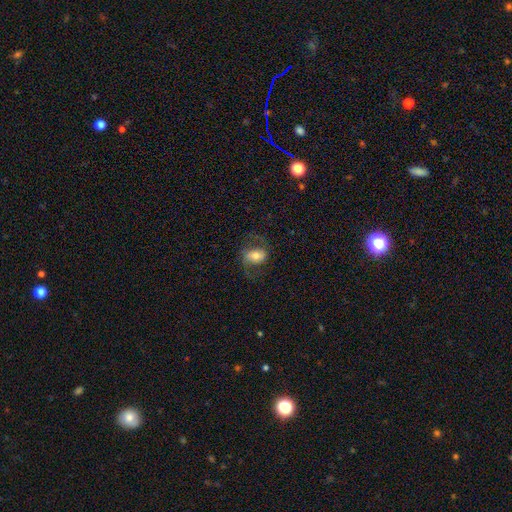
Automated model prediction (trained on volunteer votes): Smooth or featured? featured or disk (55%)
Edge-on disk? no (95%)
Bar? no (40%)
Spiral arms? yes (87%)
Bulge size? moderate (56%)
Merging? none (67%)